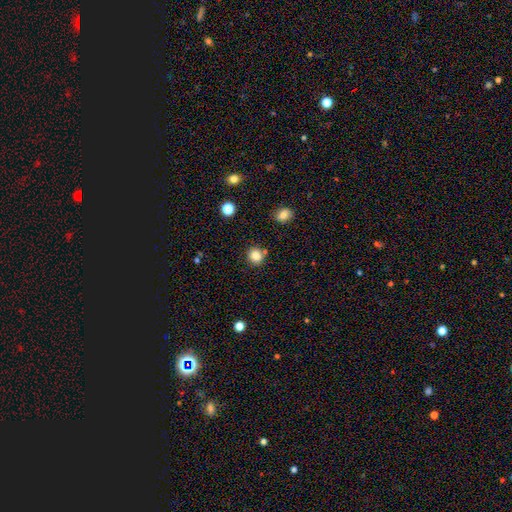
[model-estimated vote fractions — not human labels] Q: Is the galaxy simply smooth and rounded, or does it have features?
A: smooth — 85%.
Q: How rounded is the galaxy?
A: round — 90%.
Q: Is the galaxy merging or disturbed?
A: none — 84%.